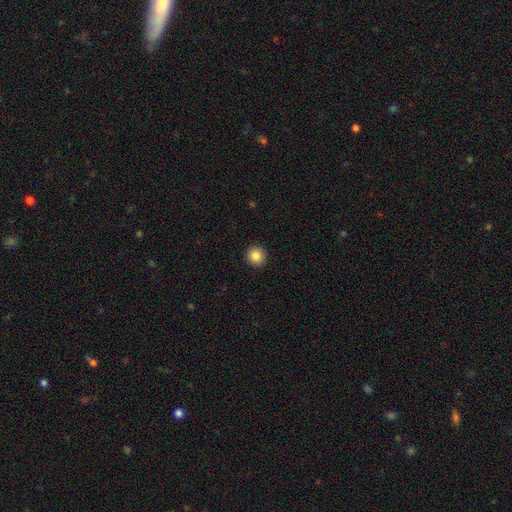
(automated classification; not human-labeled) smooth-or-featured: smooth: 86% | star or artifact: 10% | featured or disk: 5%
  how-rounded: round: 96% | in between: 3% | cigar-shaped: 1%
  merging: none: 93% | minor disturbance: 4% | major disturbance: 1% | merger: 1%